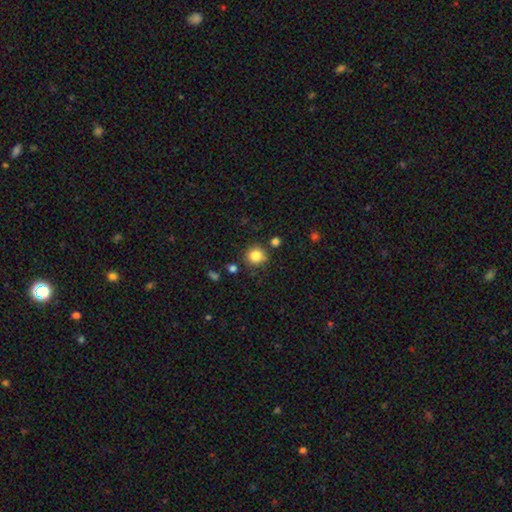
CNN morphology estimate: This is clearly a smooth galaxy (84%). How rounded: clearly round (90%). Merging: clearly none (80%).